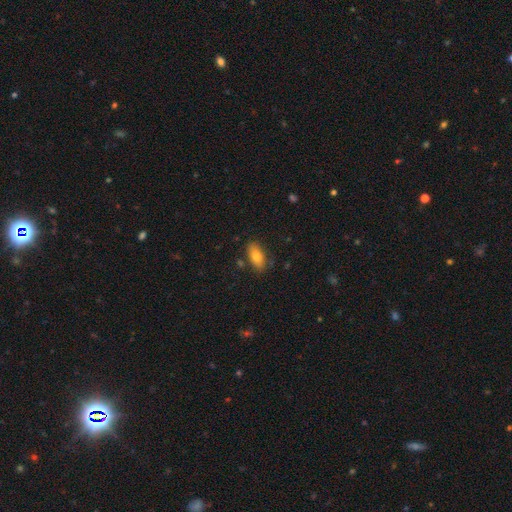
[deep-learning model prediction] A smooth galaxy with no disk features (79%) that is in between round and cigar-shaped (89%).

Vote fractions:
- Smooth or featured? smooth: 79% / featured or disk: 13% / star or artifact: 8%
- How rounded? in between: 89% / cigar-shaped: 6% / round: 4%
- Merging? none: 80% / minor disturbance: 14% / major disturbance: 3% / merger: 3%